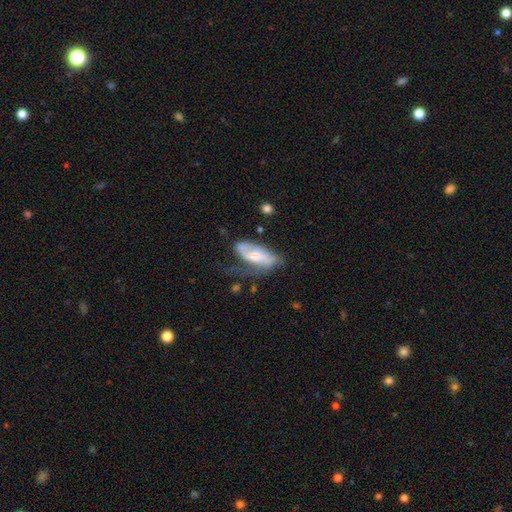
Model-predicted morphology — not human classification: smooth_or_featured: featured or disk (p=0.56) [alt: smooth p=0.38]
disk_edge_on: no (p=0.90) [alt: yes p=0.10]
bar: no (p=0.56) [alt: weak p=0.33]
has_spiral_arms: yes (p=0.77) [alt: no p=0.23]
bulge_size: moderate (p=0.43) [alt: small p=0.30]
merging: none (p=0.36) [alt: minor disturbance p=0.30]